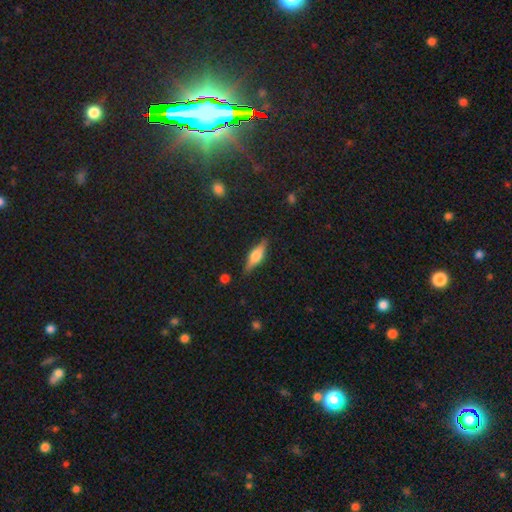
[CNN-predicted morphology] The model was most divided on "smooth or featured": featured or disk: 58%, smooth: 35%, star or artifact: 7%. More confident: edge-on disk — yes (95%); edge-on bulge — rounded (88%); merging — none (86%).